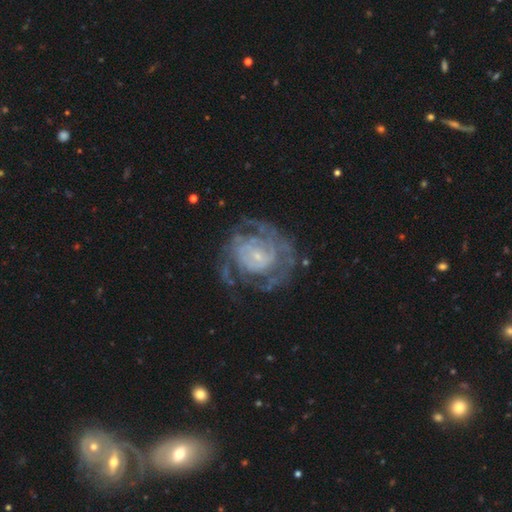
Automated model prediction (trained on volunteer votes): Smooth or featured? featured or disk (81%)
Edge-on disk? no (97%)
Bar? no (68%)
Spiral arms? yes (82%)
Spiral winding? tight (62%)
Spiral arm count? can't tell (47%)
Bulge size? small (75%)
Merging? none (64%)